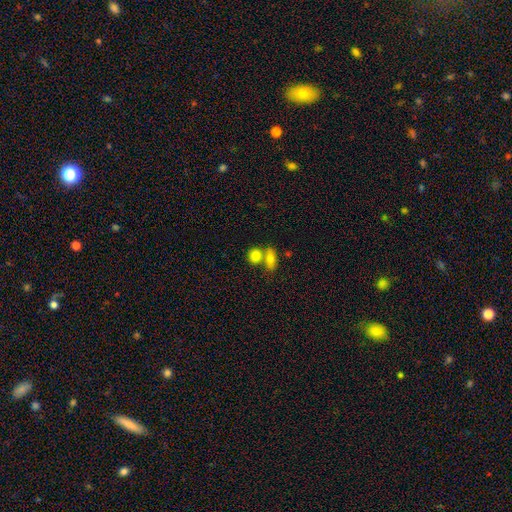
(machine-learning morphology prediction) Smooth or featured? Predicted: smooth (p=0.82). How rounded? Predicted: round (p=0.49). Merging? Predicted: merger (p=0.46).